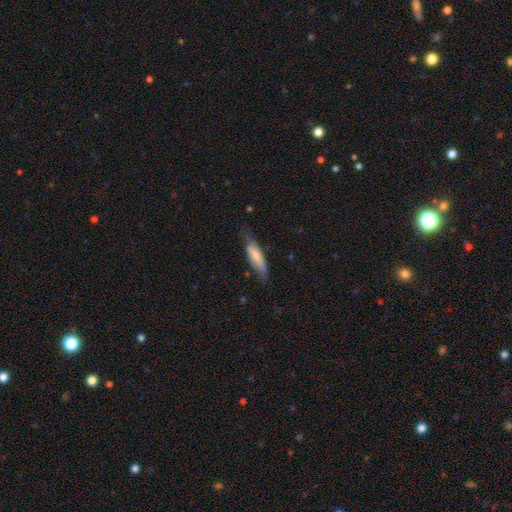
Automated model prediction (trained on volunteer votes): A smooth galaxy with no disk features (68%) that is cigar-shaped (57%). Merging: none (61%).